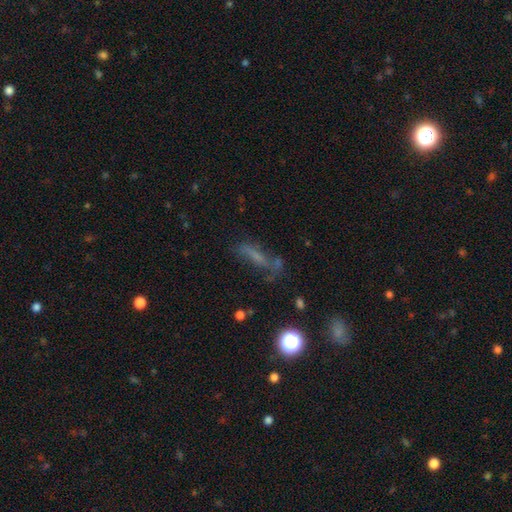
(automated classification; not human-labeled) This appears to be a smooth galaxy with no disk features (45%). Merging: none (48%).